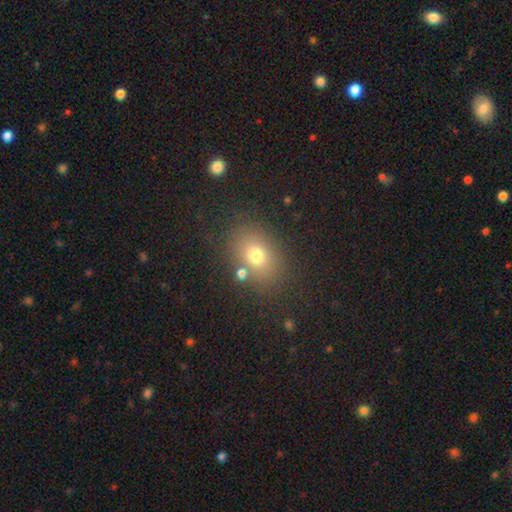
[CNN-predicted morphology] smooth-or-featured: smooth: 72% | star or artifact: 15% | featured or disk: 13%
  how-rounded: in between: 63% | round: 36% | cigar-shaped: 1%
  merging: none: 76% | minor disturbance: 11% | merger: 8% | major disturbance: 5%